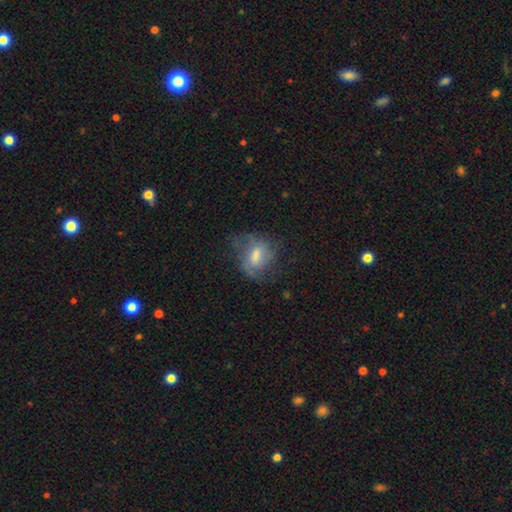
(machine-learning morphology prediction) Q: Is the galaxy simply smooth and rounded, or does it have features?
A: featured or disk — 46%.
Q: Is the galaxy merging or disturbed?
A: none — 50%.